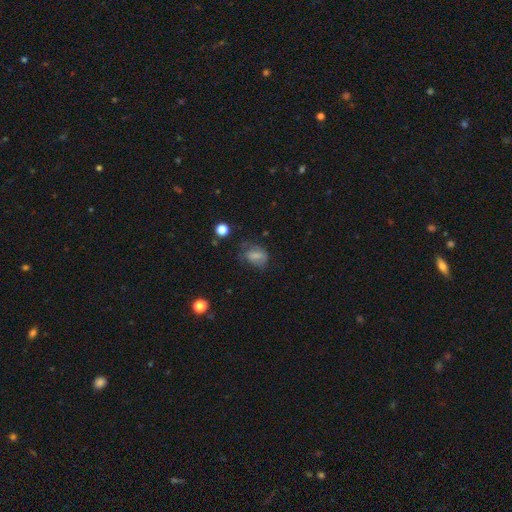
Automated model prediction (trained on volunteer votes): A smooth galaxy with no disk features (62%) that is in between round and cigar-shaped (72%). Merging: none (47%).